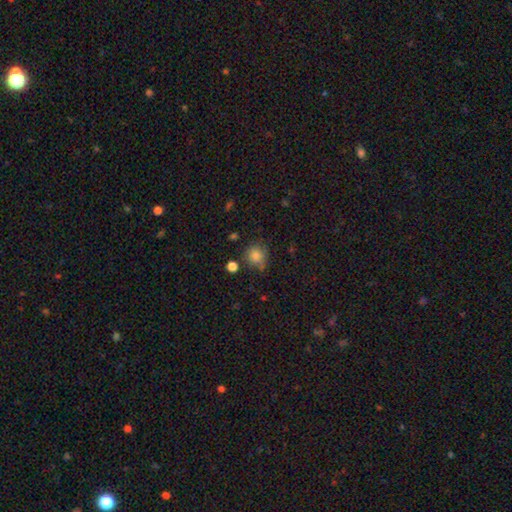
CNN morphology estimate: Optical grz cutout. It shows a smooth galaxy with no disk features (81%) that is round (87%). Merging: none (70%).